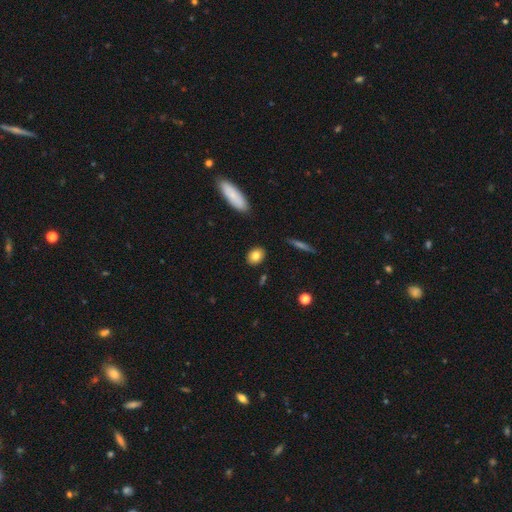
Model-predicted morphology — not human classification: smooth-or-featured: smooth: 81% | featured or disk: 11% | star or artifact: 9%
  how-rounded: in between: 61% | round: 36% | cigar-shaped: 2%
  merging: none: 88% | minor disturbance: 8% | major disturbance: 2% | merger: 2%